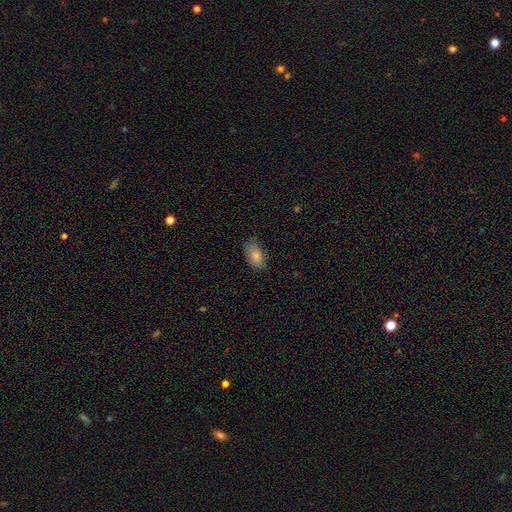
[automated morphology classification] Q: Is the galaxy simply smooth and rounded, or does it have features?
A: smooth — 86%.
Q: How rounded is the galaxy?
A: in between — 93%.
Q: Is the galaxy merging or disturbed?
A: none — 80%.